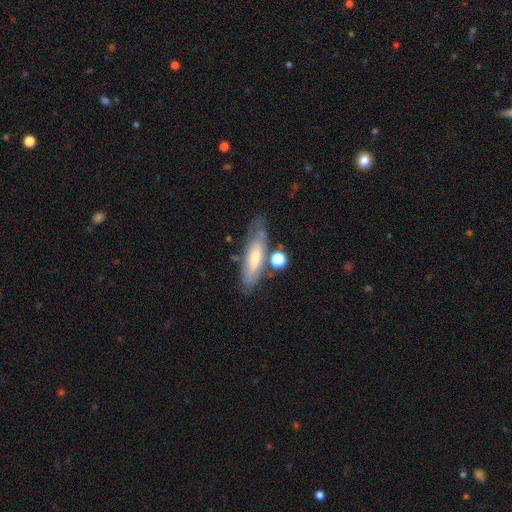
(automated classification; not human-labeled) This appears to be a featured or disk galaxy (48%). Merging: none (63%).